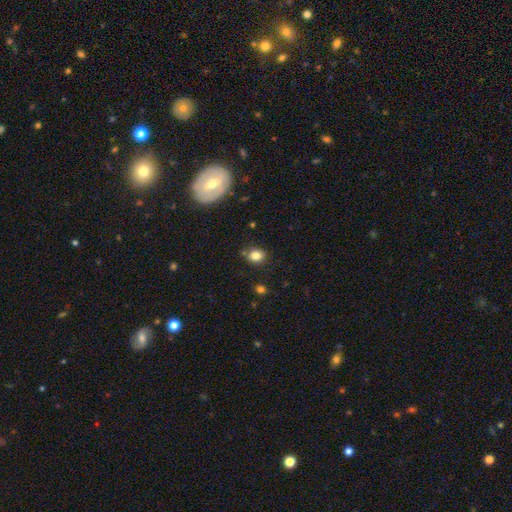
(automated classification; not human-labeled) The model was most divided on "how rounded": round: 61%, in between: 37%, cigar-shaped: 1%. More confident: smooth or featured — smooth (81%); merging — none (76%).